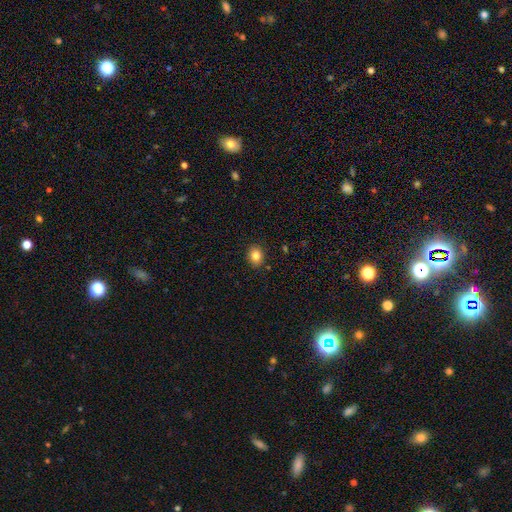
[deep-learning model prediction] Morphology: type=smooth (83%); roundness=round (50%); merging=none (89%).